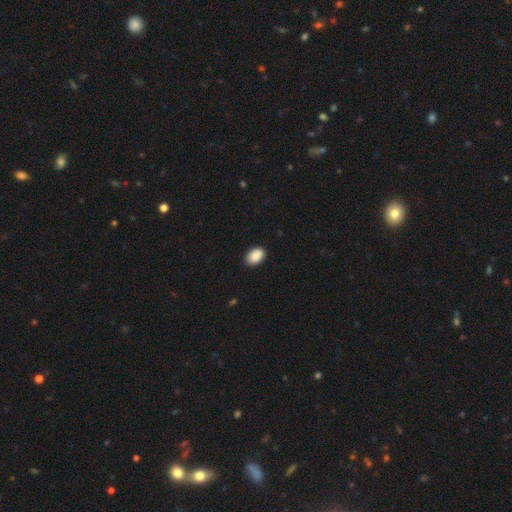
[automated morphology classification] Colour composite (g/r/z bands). It shows a smooth galaxy with no disk features (90%) that is in between round and cigar-shaped (86%). Merging: none (85%).